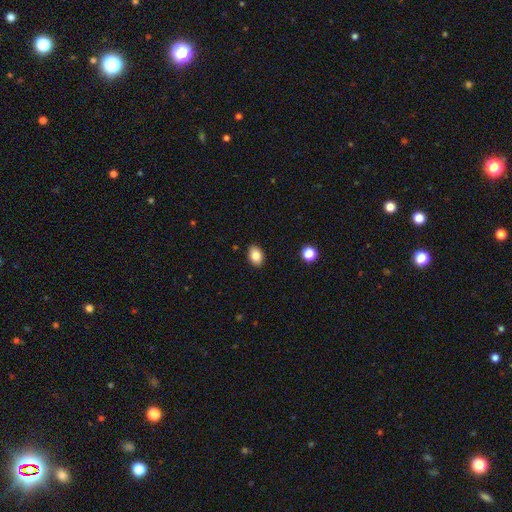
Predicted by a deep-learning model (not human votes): Overall: smooth (84%). How rounded: in between (82%). Merging: none (89%).